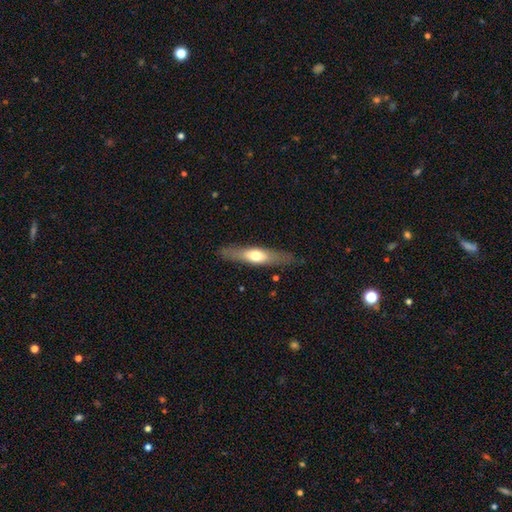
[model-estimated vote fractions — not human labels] The model was most divided on "smooth or featured": smooth: 49%, featured or disk: 46%, star or artifact: 6%. More confident: merging — none (83%).